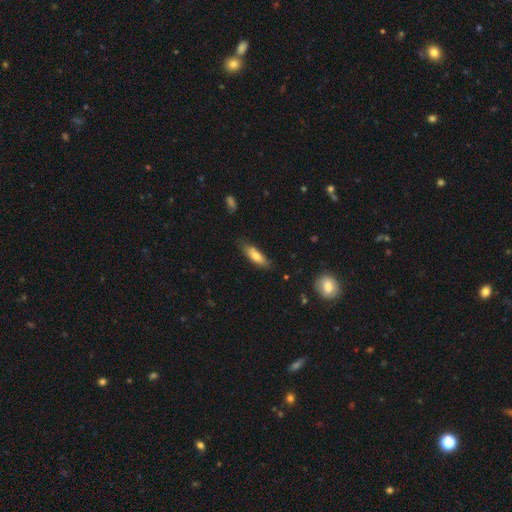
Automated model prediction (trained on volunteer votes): Smooth or featured: smooth — 73% (featured or disk — 21%)
How rounded: in between — 51% (cigar-shaped — 47%)
Merging: none — 71% (minor disturbance — 23%)